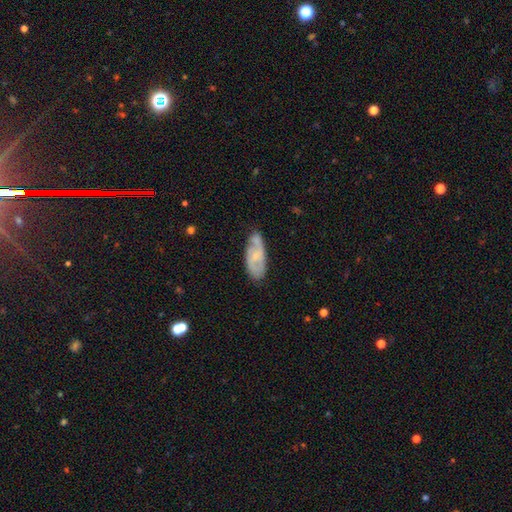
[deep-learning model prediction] The model was most divided on "smooth or featured": featured or disk: 59%, smooth: 34%, star or artifact: 6%. More confident: edge-on disk — no (90%); spiral arms — yes (75%); bulge size — small (66%); bar — no (65%); merging — none (64%).